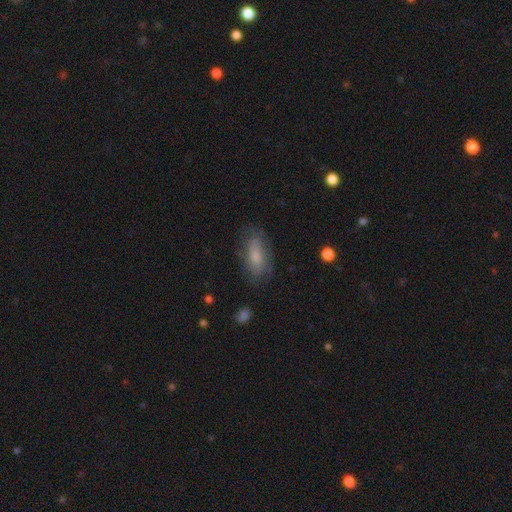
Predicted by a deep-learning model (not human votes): A smooth galaxy with no disk features (70%) that is in between round and cigar-shaped (84%). Merging: none (70%).